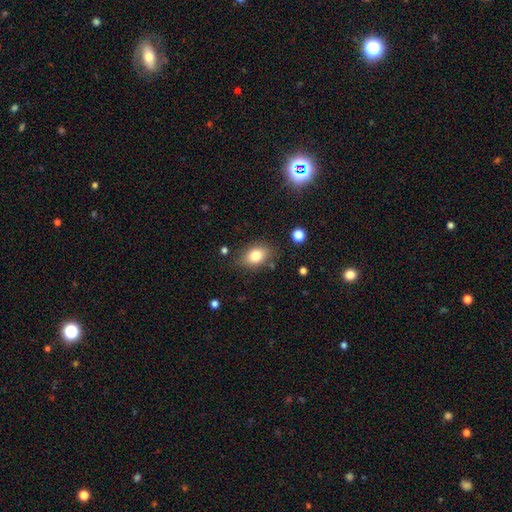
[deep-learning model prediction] smooth_or_featured: smooth (p=0.80) [alt: featured or disk p=0.11]
how_rounded: in between (p=0.77) [alt: round p=0.22]
merging: none (p=0.79) [alt: minor disturbance p=0.14]